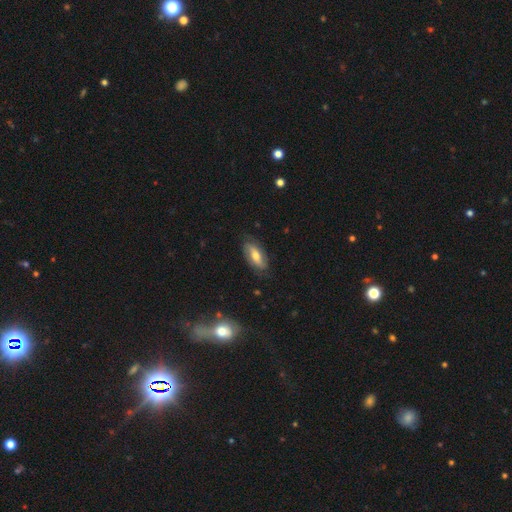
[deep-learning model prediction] A smooth galaxy with no disk features (48%).

Vote fractions:
- Smooth or featured? smooth: 48% / featured or disk: 45% / star or artifact: 7%
- Merging? none: 79% / minor disturbance: 16% / major disturbance: 4% / merger: 1%